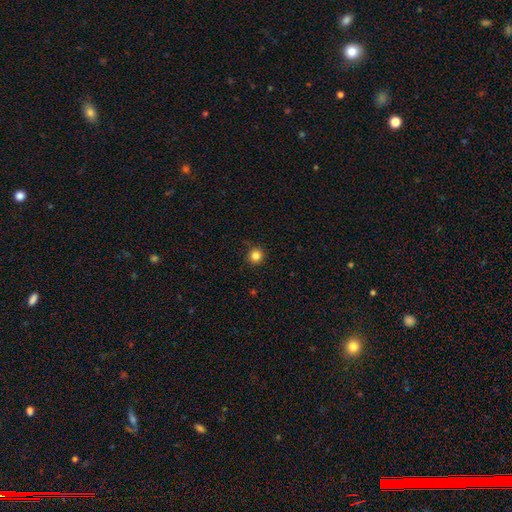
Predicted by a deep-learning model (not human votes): smooth 84%, star or artifact 12%, featured or disk 4%. Down the decision tree: how rounded — round (94%); merging — none (90%).